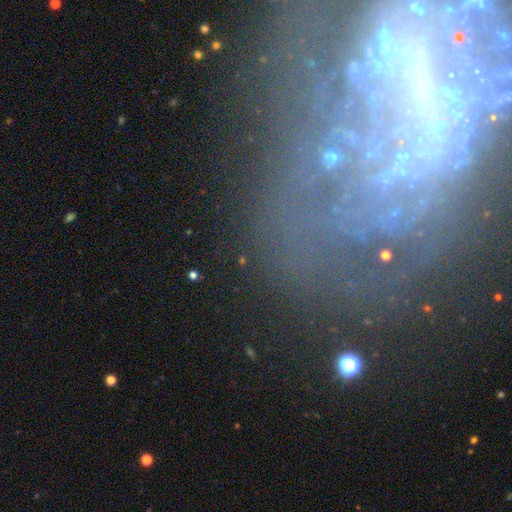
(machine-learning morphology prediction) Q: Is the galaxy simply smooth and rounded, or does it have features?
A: featured or disk — 60%.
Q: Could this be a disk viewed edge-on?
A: no — 91%.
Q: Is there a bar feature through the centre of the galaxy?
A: no — 64%.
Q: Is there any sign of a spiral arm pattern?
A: no — 54%.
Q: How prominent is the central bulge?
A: none — 40%.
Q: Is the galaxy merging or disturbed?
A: none — 56%.